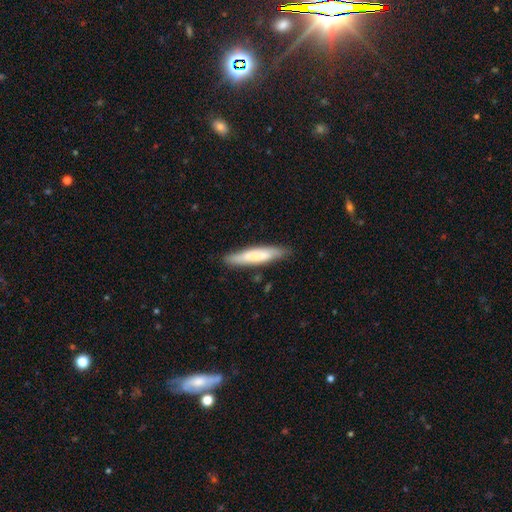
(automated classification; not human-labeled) Smooth or featured? Predicted: smooth (p=0.67). How rounded? Predicted: cigar-shaped (p=0.88). Merging? Predicted: none (p=0.85).